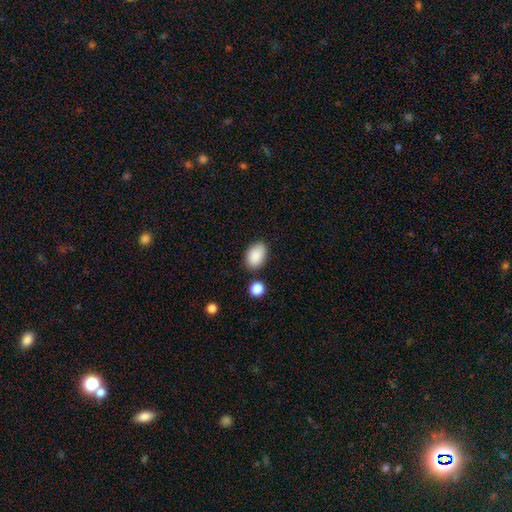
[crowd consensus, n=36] Q: Smooth or featured?
A: smooth (97%); runner-up: star or artifact (3%)
Q: How rounded?
A: in between (89%); runner-up: round (9%)
Q: Merging?
A: none (80%); runner-up: minor disturbance (14%)